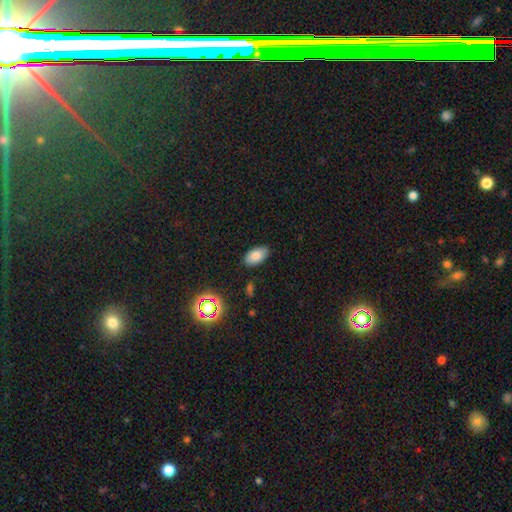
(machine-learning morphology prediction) The model was most divided on "smooth or featured": smooth: 80%, star or artifact: 11%, featured or disk: 9%. More confident: how rounded — in between (94%); merging — none (85%).